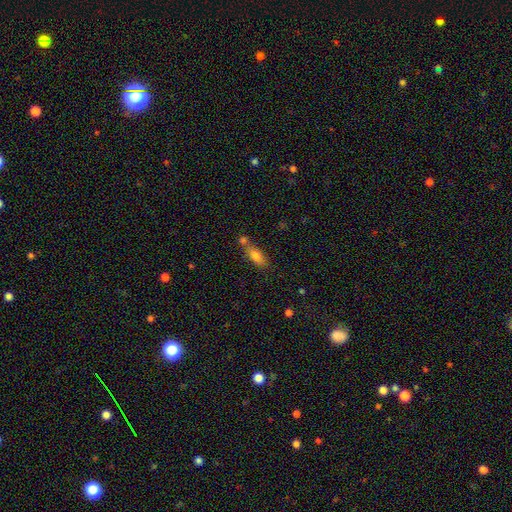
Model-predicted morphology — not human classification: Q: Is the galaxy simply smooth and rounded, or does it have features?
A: smooth — 78%.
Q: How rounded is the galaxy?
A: in between — 78%.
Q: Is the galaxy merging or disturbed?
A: none — 45%.